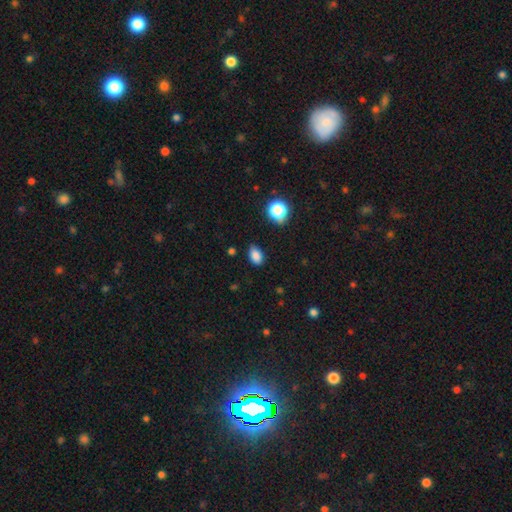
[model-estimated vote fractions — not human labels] Smooth or featured? smooth (85%)
How rounded? in between (85%)
Merging? none (75%)